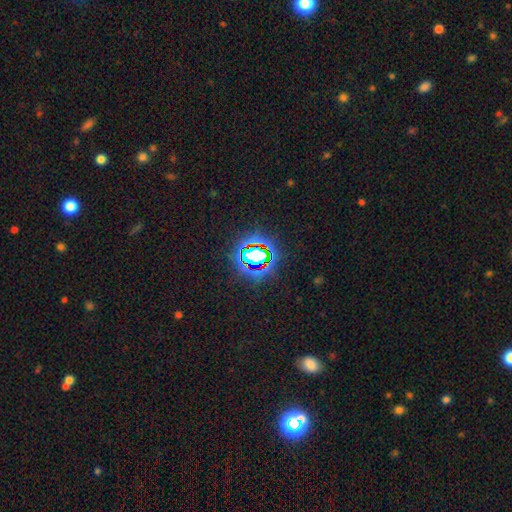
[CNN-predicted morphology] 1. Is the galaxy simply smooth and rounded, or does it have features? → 72% star or artifact, 16% smooth, 11% featured or disk.